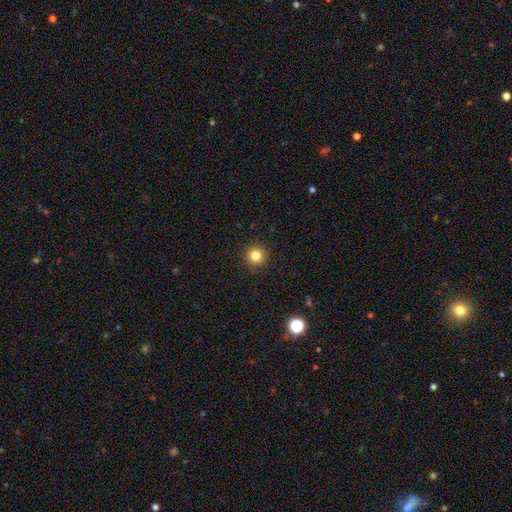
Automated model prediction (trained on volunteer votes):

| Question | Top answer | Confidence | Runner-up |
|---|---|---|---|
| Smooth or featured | smooth | 83% | star or artifact (12%) |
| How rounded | round | 95% | in between (4%) |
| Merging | none | 92% | minor disturbance (5%) |